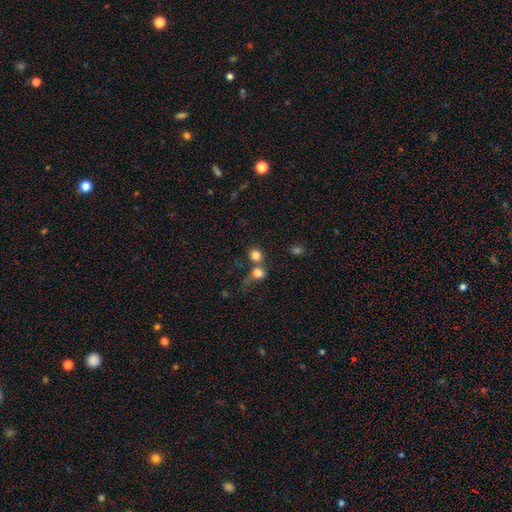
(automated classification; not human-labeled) Morphology: type=smooth (81%); roundness=round (79%); merging=none (47%).